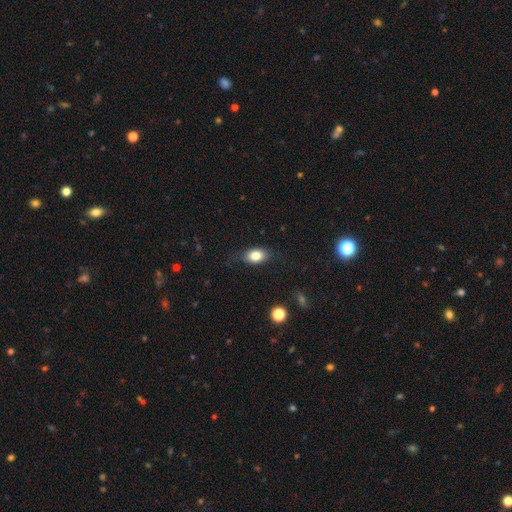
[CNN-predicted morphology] Smooth or featured?
  - smooth: 80% *
  - featured or disk: 11%
  - star or artifact: 8%
How rounded?
  - in between: 83% *
  - round: 14%
  - cigar-shaped: 2%
Merging?
  - none: 77% *
  - minor disturbance: 17%
  - major disturbance: 6%
  - merger: 1%